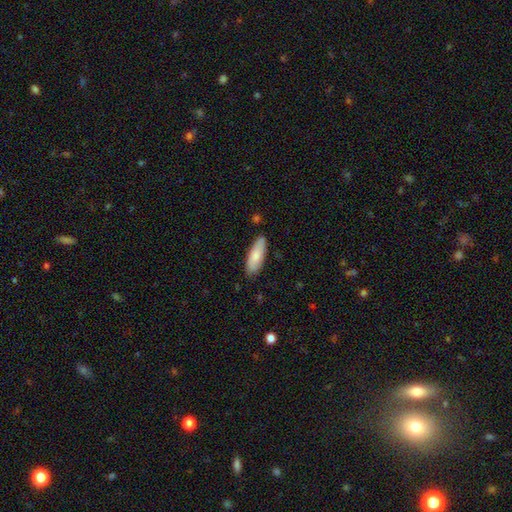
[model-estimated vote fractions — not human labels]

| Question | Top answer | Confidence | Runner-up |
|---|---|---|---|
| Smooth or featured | smooth | 79% | featured or disk (15%) |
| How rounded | in between | 61% | cigar-shaped (37%) |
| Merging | none | 84% | minor disturbance (13%) |